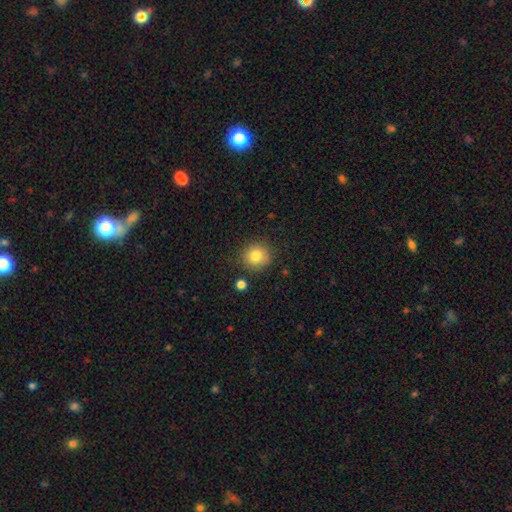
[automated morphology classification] A smooth galaxy with no disk features (82%) that is round (91%). Merging: none (84%).